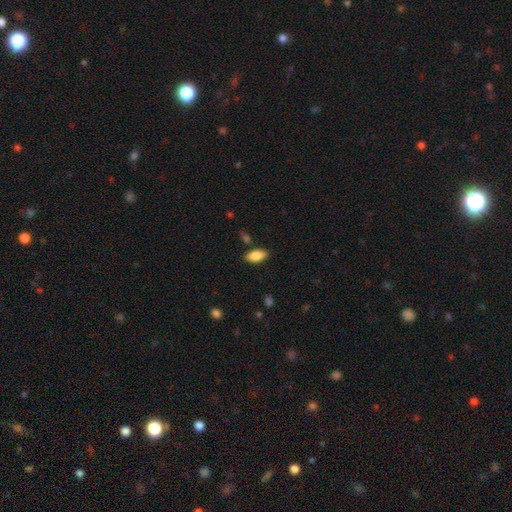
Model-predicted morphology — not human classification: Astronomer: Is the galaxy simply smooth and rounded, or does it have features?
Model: smooth — 83%.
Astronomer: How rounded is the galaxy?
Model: in between — 90%.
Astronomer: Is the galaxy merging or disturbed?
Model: none — 83%.